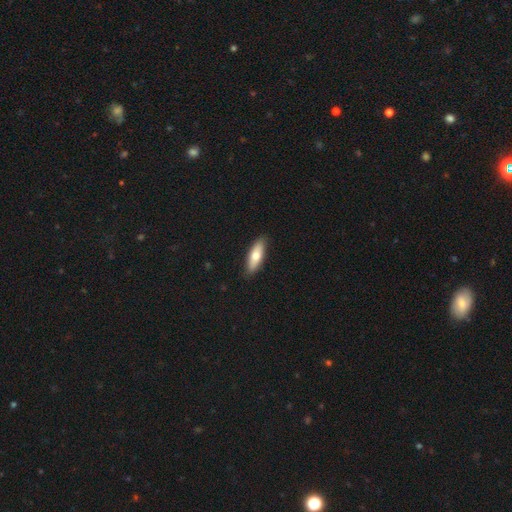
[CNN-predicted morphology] Q: Smooth or featured?
A: smooth (70%); runner-up: featured or disk (24%)
Q: How rounded?
A: in between (59%); runner-up: cigar-shaped (39%)
Q: Merging?
A: none (88%); runner-up: minor disturbance (9%)